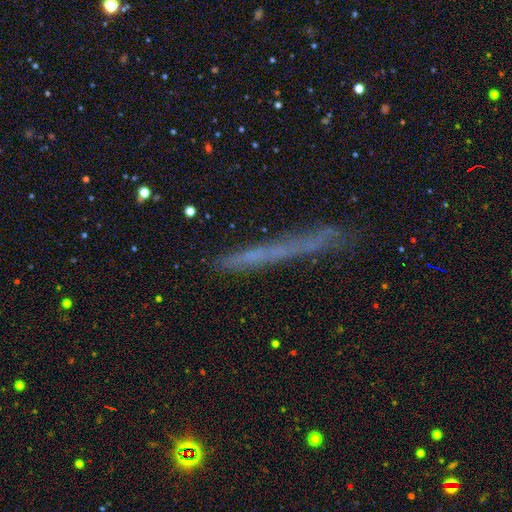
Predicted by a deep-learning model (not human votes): Q: Smooth or featured?
A: smooth (44%); runner-up: featured or disk (41%)
Q: Merging?
A: none (71%); runner-up: minor disturbance (19%)